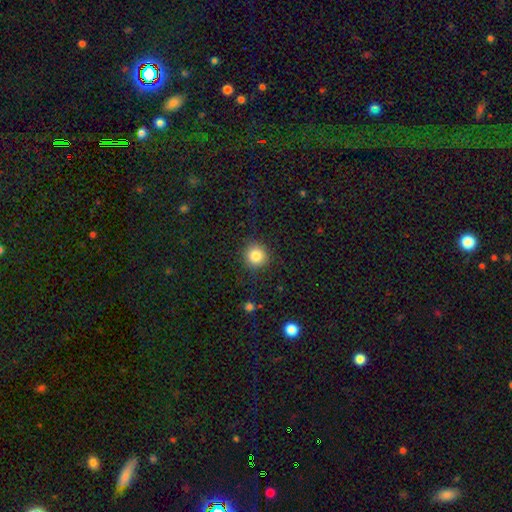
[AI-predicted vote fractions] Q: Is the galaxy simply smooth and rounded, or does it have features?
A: smooth — 83%.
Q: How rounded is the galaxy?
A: round — 93%.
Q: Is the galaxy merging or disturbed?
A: none — 88%.